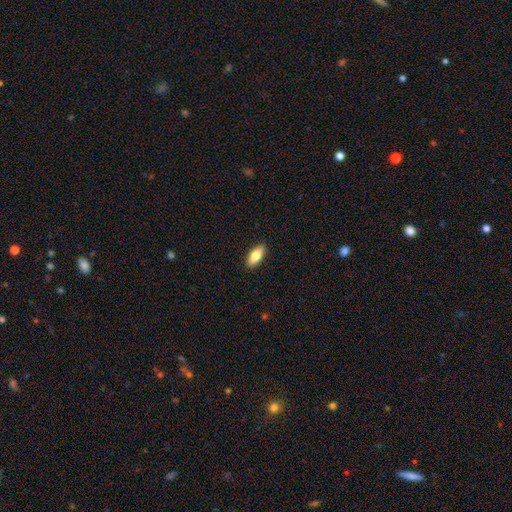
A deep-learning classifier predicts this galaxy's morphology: Smooth or featured? smooth (80%)
How rounded? in between (82%)
Merging? none (90%)